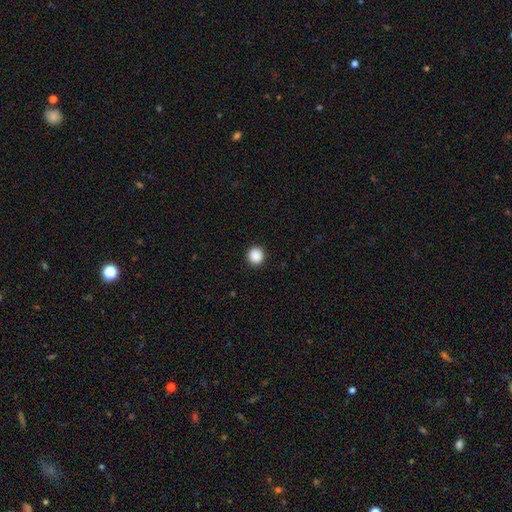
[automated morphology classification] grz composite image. It shows a smooth galaxy with no disk features (89%) that is round (94%). Merging: none (93%).